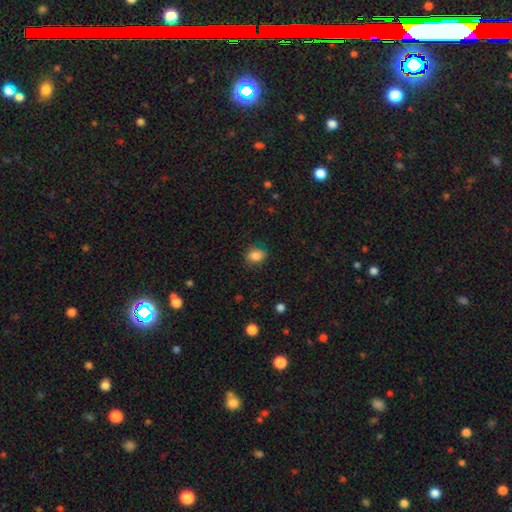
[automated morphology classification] This appears to be a smooth galaxy with no disk features (85%) that is in between round and cigar-shaped (59%). Merging: none (79%).